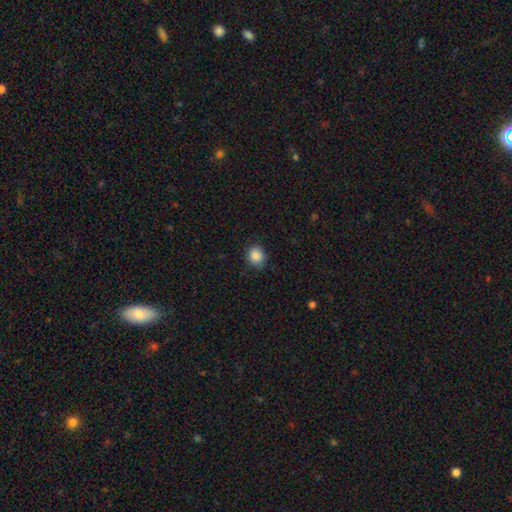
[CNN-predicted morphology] A smooth galaxy with no disk features (87%) that is round (77%).

Vote fractions:
- Smooth or featured? smooth: 87% / star or artifact: 10% / featured or disk: 4%
- How rounded? round: 77% / in between: 22% / cigar-shaped: 1%
- Merging? none: 85% / minor disturbance: 12% / major disturbance: 2% / merger: 1%